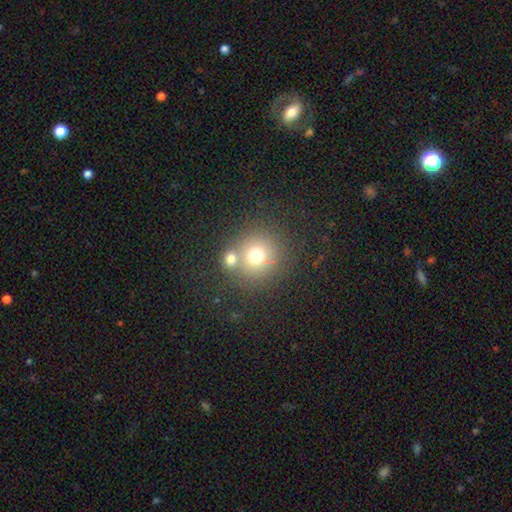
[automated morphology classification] Q: Smooth or featured?
A: smooth (70%); runner-up: star or artifact (16%)
Q: How rounded?
A: round (88%); runner-up: in between (11%)
Q: Merging?
A: none (57%); runner-up: merger (29%)